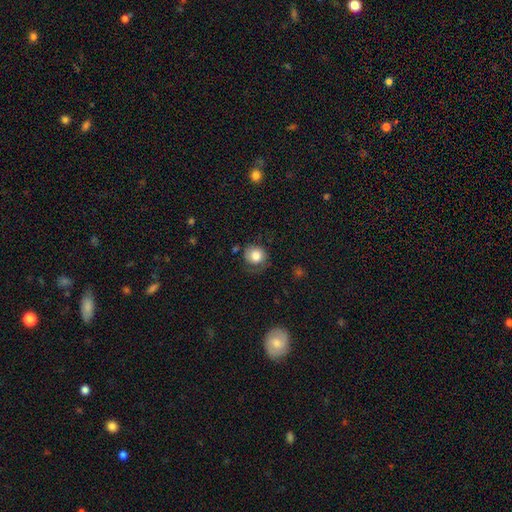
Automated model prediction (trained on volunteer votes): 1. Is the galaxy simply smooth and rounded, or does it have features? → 79% smooth, 12% featured or disk, 9% star or artifact.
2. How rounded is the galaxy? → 82% round, 17% in between, 1% cigar-shaped.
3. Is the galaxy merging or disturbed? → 61% none, 25% minor disturbance, 12% major disturbance, 2% merger.